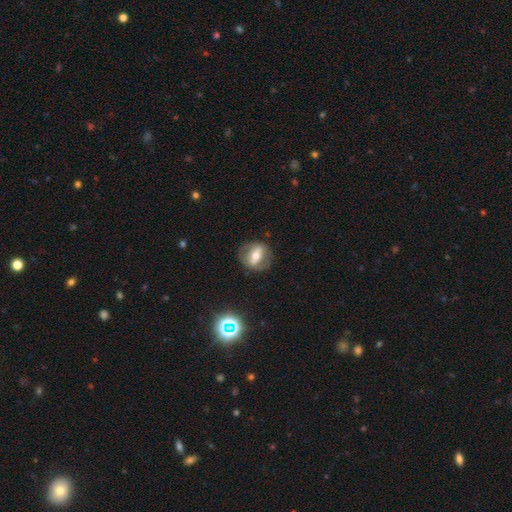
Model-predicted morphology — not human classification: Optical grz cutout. It shows a featured or disk galaxy (56%). Merging: none (80%).